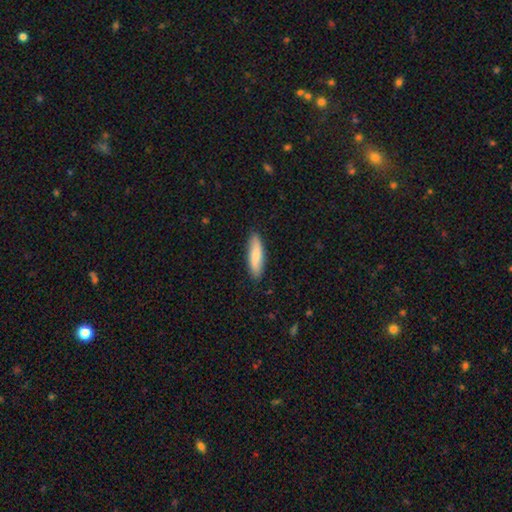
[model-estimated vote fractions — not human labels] This appears to be a smooth galaxy with no disk features (77%) that is cigar-shaped (64%). Merging: none (87%).